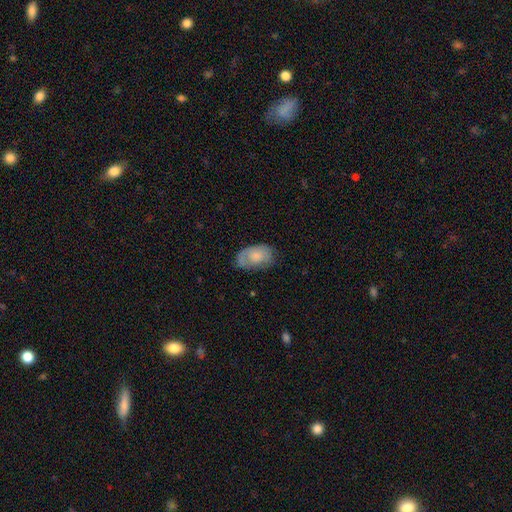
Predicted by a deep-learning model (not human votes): smooth_or_featured: smooth (p=0.65) [alt: featured or disk p=0.29]
how_rounded: in between (p=0.91) [alt: round p=0.08]
merging: none (p=0.62) [alt: minor disturbance p=0.26]